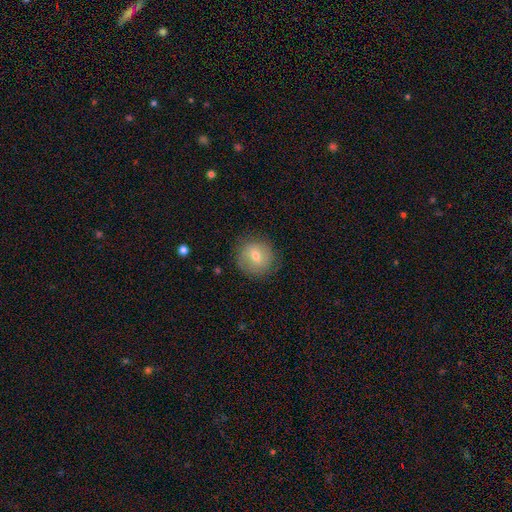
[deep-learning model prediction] The model was most divided on "smooth or featured": smooth: 65%, featured or disk: 26%, star or artifact: 9%. More confident: how rounded — round (90%); merging — none (82%).